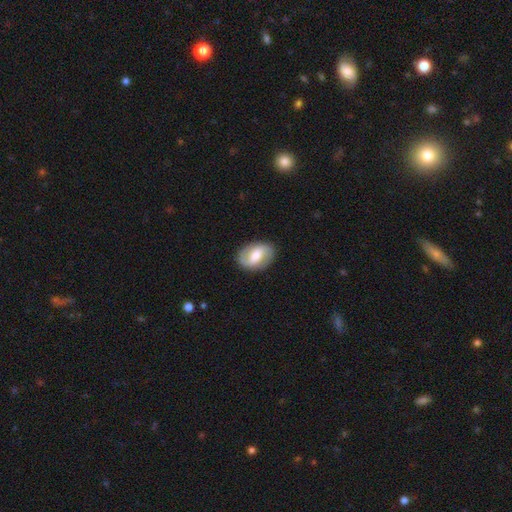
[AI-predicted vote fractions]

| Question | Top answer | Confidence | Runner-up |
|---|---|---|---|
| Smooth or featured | featured or disk | 61% | smooth (33%) |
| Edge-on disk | no | 96% | yes (4%) |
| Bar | weak | 46% | strong (34%) |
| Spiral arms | yes | 77% | no (23%) |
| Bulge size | moderate | 55% | large (22%) |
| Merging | none | 85% | minor disturbance (10%) |